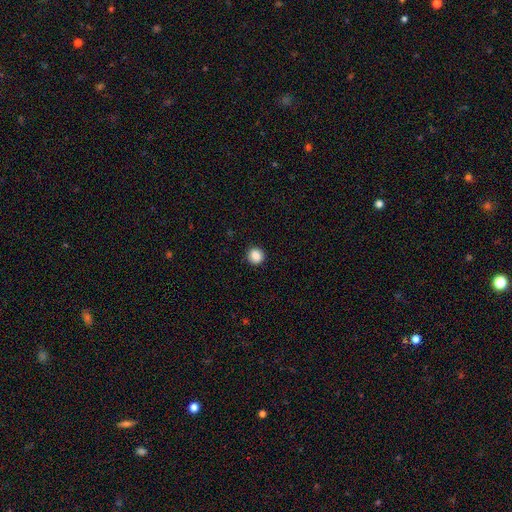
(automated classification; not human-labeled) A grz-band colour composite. It shows a smooth galaxy with no disk features (87%) that is round (92%). Merging: none (91%).